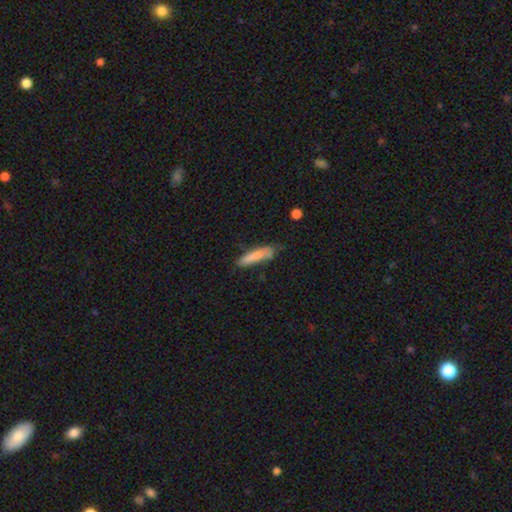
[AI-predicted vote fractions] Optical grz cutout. It shows a smooth galaxy with no disk features (78%) that is cigar-shaped (83%). Merging: none (64%).